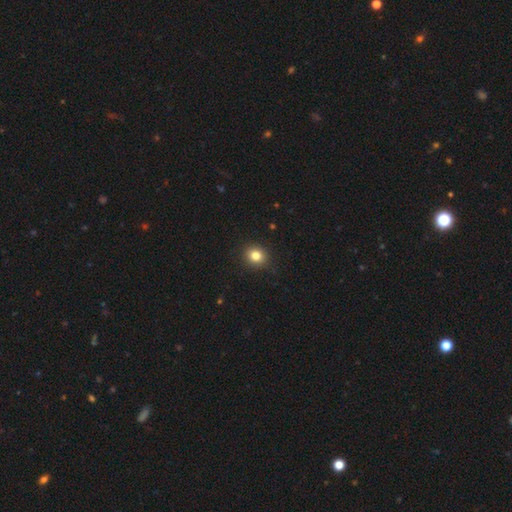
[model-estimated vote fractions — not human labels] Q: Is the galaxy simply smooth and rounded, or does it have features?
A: smooth — 82%.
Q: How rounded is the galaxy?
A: round — 81%.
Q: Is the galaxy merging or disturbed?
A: none — 91%.